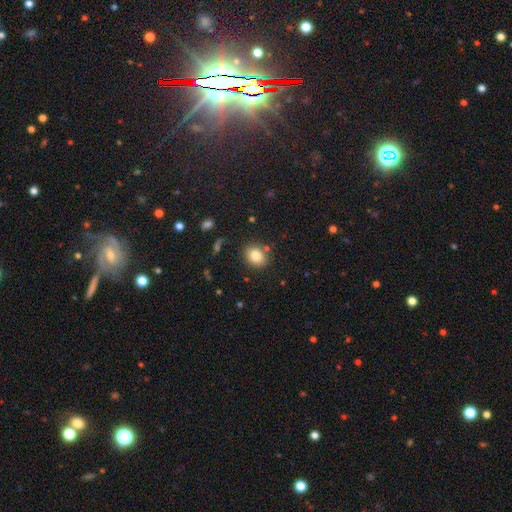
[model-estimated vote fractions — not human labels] Smooth or featured? Predicted: smooth (p=0.83). How rounded? Predicted: in between (p=0.51). Merging? Predicted: none (p=0.82).